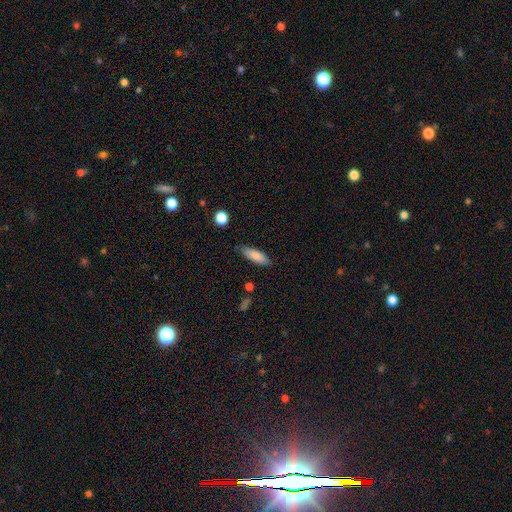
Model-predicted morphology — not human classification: smooth-or-featured: smooth: 84% | featured or disk: 10% | star or artifact: 7%
  how-rounded: in between: 50% | cigar-shaped: 48% | round: 2%
  merging: none: 83% | minor disturbance: 13% | major disturbance: 3% | merger: 2%